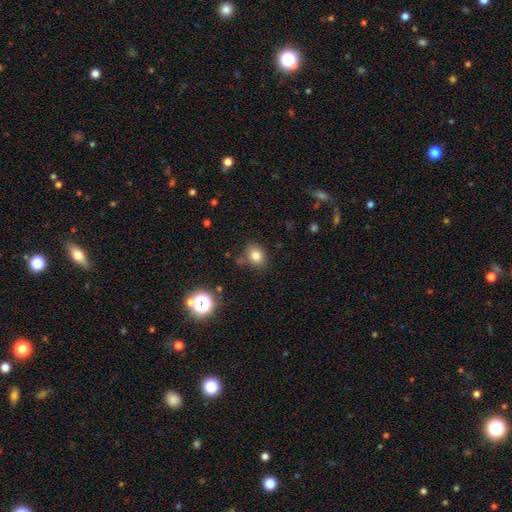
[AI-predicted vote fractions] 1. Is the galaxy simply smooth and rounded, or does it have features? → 80% smooth, 13% star or artifact, 7% featured or disk.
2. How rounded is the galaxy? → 52% round, 47% in between, 1% cigar-shaped.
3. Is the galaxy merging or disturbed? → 75% none, 16% minor disturbance, 5% merger, 4% major disturbance.